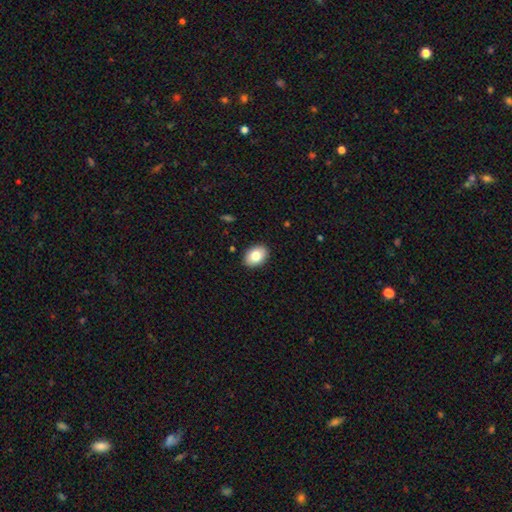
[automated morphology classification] Smooth or featured?
  - smooth: 80% *
  - featured or disk: 12%
  - star or artifact: 8%
How rounded?
  - in between: 82% *
  - round: 17%
  - cigar-shaped: 1%
Merging?
  - none: 90% *
  - minor disturbance: 8%
  - major disturbance: 2%
  - merger: 1%